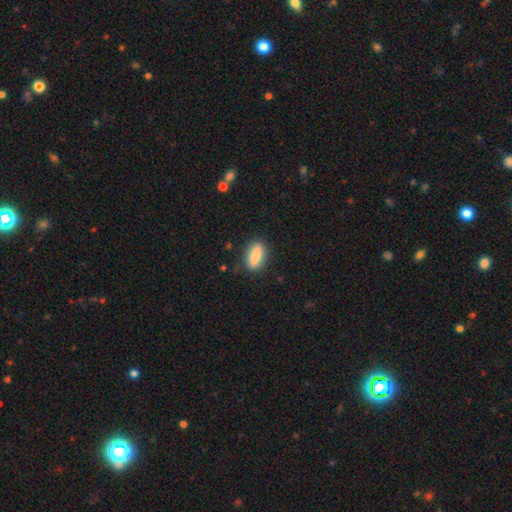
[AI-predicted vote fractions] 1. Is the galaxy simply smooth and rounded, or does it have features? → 84% smooth, 10% featured or disk, 7% star or artifact.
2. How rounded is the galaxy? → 71% in between, 25% cigar-shaped, 4% round.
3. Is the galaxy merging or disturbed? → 83% none, 13% minor disturbance, 3% major disturbance, 1% merger.